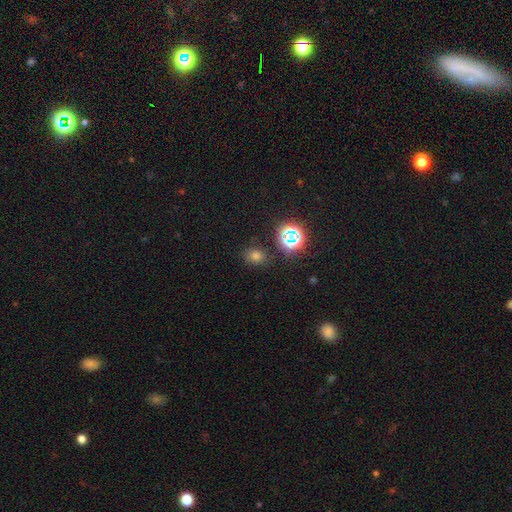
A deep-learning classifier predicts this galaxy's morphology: smooth-or-featured: smooth: 65% | star or artifact: 29% | featured or disk: 6%
  how-rounded: round: 60% | in between: 39% | cigar-shaped: 1%
  merging: none: 82% | minor disturbance: 11% | major disturbance: 3% | merger: 3%